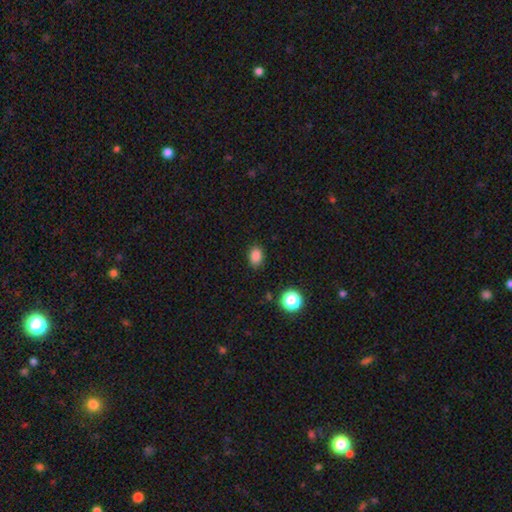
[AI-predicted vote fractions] Q: Smooth or featured?
A: smooth (84%); runner-up: star or artifact (12%)
Q: How rounded?
A: in between (73%); runner-up: round (26%)
Q: Merging?
A: none (86%); runner-up: minor disturbance (10%)